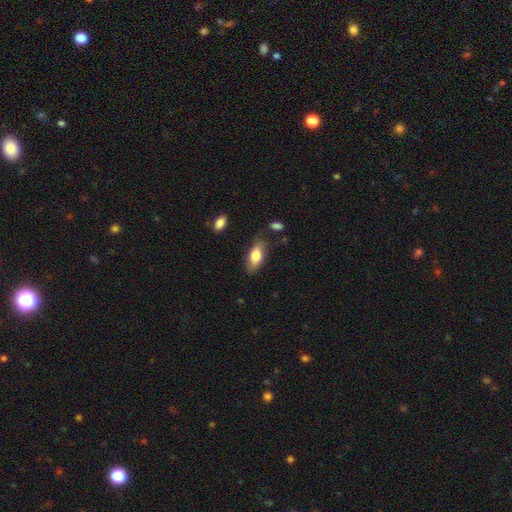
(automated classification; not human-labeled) Q: Smooth or featured?
A: smooth (77%); runner-up: featured or disk (17%)
Q: How rounded?
A: in between (87%); runner-up: cigar-shaped (10%)
Q: Merging?
A: none (74%); runner-up: minor disturbance (19%)